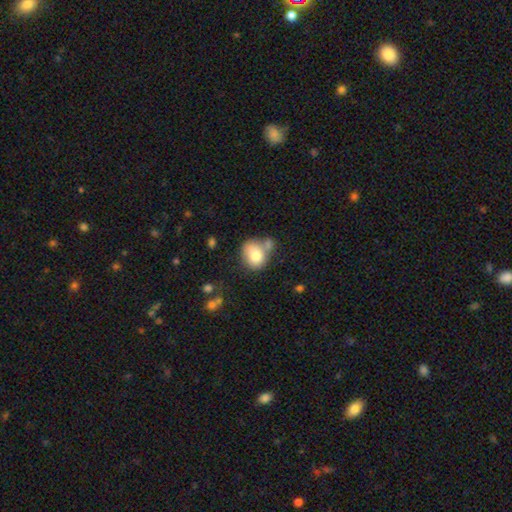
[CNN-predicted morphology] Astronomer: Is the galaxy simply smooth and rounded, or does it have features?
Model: smooth — 77%.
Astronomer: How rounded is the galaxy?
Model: round — 60% (runner-up: in between, 39%).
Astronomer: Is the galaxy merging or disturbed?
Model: none — 44% (runner-up: merger, 28%).